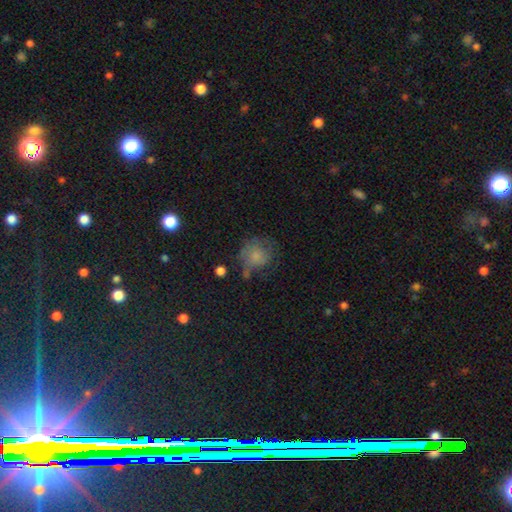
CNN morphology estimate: Smooth or featured? smooth (73%)
How rounded? round (80%)
Merging? none (45%)